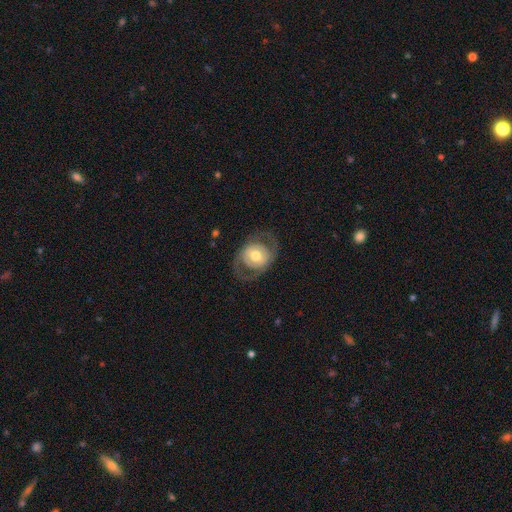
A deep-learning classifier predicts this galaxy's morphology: Smooth or featured: featured or disk — 63% (smooth — 32%)
Edge-on disk: no — 95% (yes — 5%)
Bar: no — 68% (weak — 24%)
Spiral arms: no — 51% (yes — 49%)
Bulge size: moderate — 71% (large — 16%)
Merging: none — 67% (major disturbance — 16%)